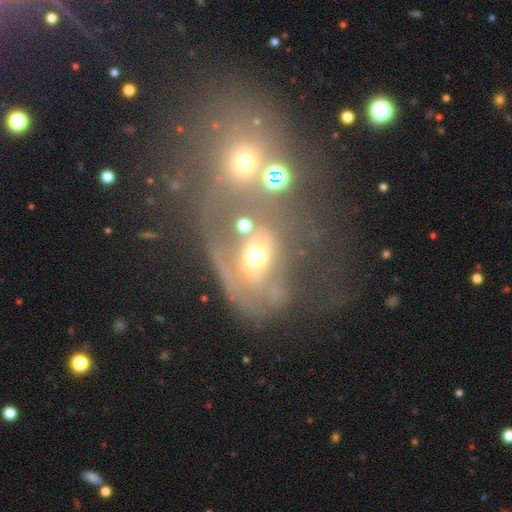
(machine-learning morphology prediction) Smooth or featured: featured or disk — 49% (smooth — 34%)
Merging: major disturbance — 28% (tied with merger — 28%; none — 28%)